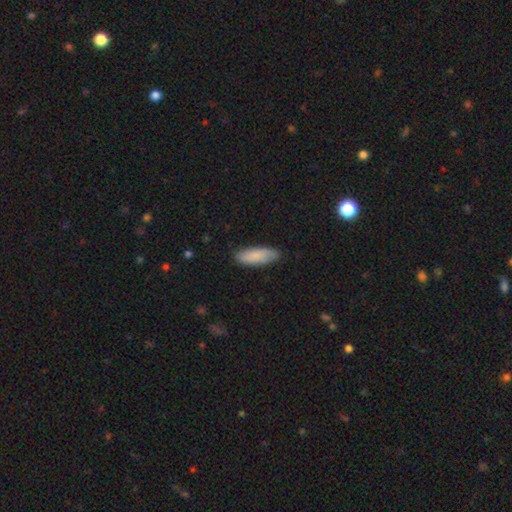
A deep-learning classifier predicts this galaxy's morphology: Smooth or featured? smooth (84%)
How rounded? in between (60%)
Merging? none (85%)